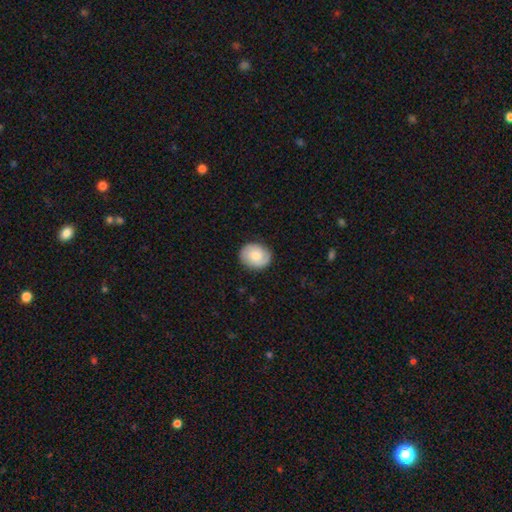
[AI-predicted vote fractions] Overall: smooth (48%; featured or disk 44%). Merging: none (84%).